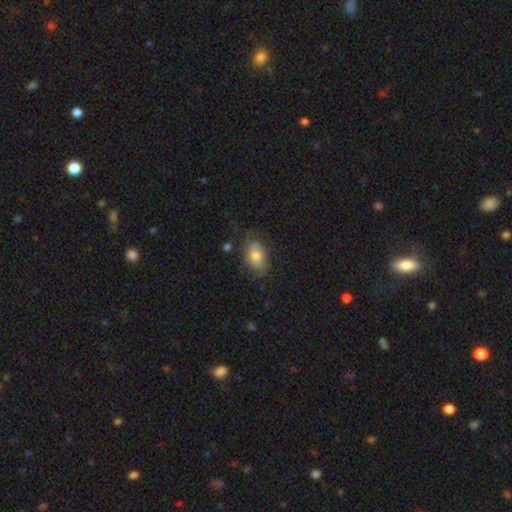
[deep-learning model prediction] Overall: smooth (63%; featured or disk 29%). How rounded: in between (83%). Merging: none (61%; minor disturbance 25%).